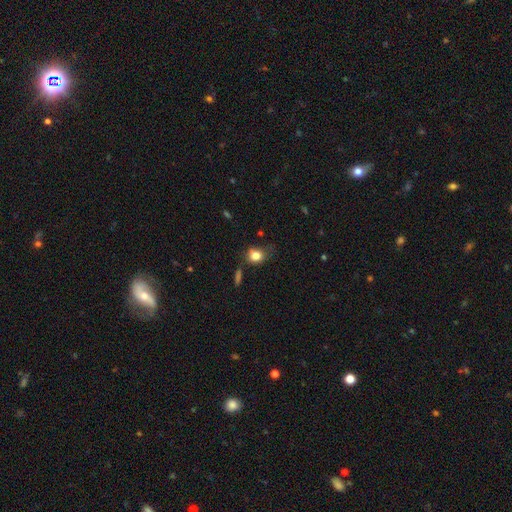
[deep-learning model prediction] smooth-or-featured: smooth: 80% | star or artifact: 11% | featured or disk: 9%
  how-rounded: round: 58% | in between: 41% | cigar-shaped: 1%
  merging: none: 57% | minor disturbance: 28% | major disturbance: 10% | merger: 4%